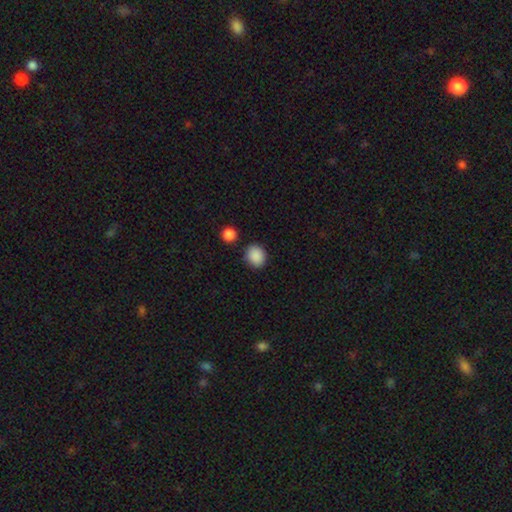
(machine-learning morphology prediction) Smooth or featured: smooth — 89% (star or artifact — 8%)
How rounded: round — 67% (in between — 32%)
Merging: none — 84% (minor disturbance — 10%)